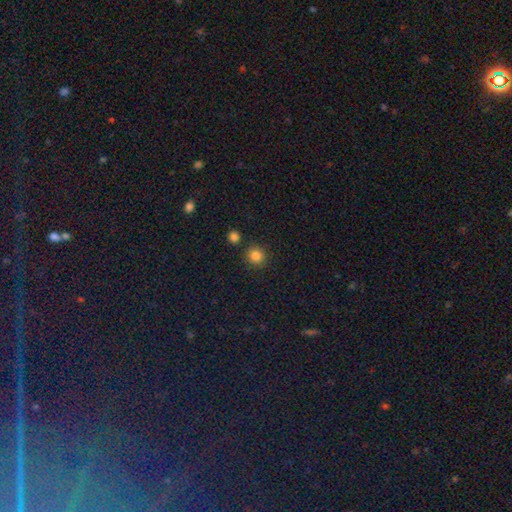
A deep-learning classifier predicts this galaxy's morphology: smooth-or-featured: smooth: 85% | star or artifact: 12% | featured or disk: 4%
  how-rounded: round: 89% | in between: 10% | cigar-shaped: 1%
  merging: none: 85% | minor disturbance: 7% | merger: 5% | major disturbance: 2%